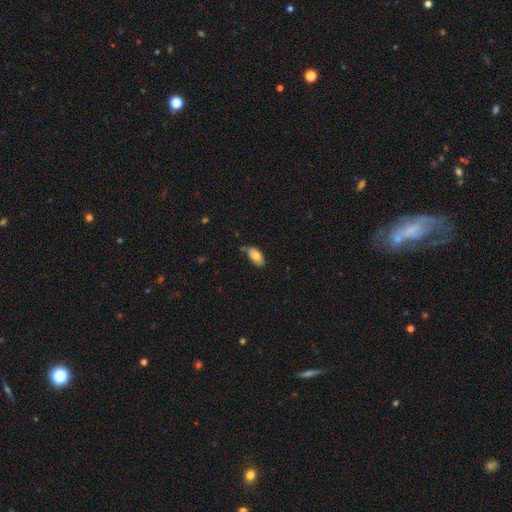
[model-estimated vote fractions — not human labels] Smooth or featured? smooth (80%)
How rounded? in between (93%)
Merging? none (66%)